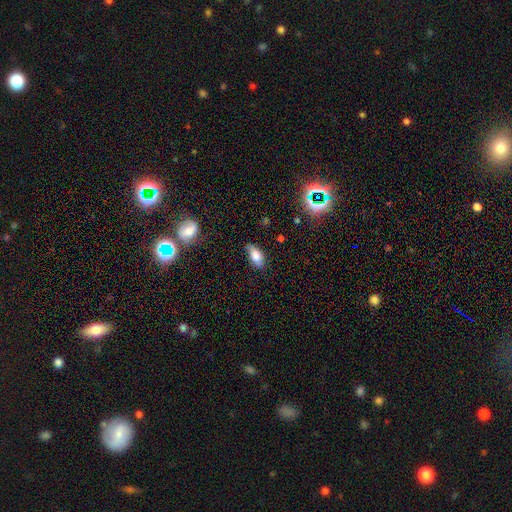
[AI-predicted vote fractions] smooth_or_featured: smooth (p=0.78) [alt: featured or disk p=0.13]
how_rounded: in between (p=0.89) [alt: cigar-shaped p=0.07]
merging: none (p=0.62) [alt: minor disturbance p=0.29]